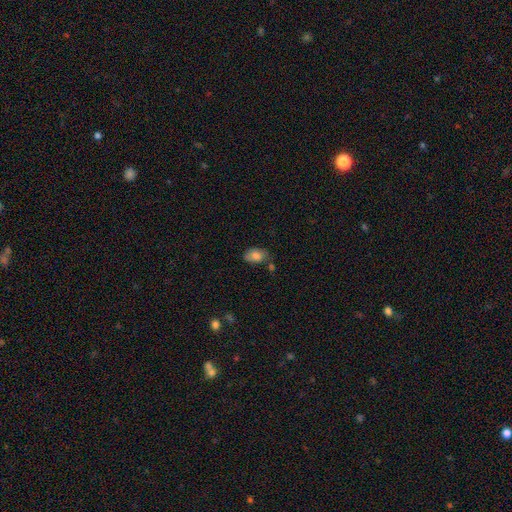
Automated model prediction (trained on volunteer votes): Morphology: type=smooth (80%); roundness=in between (87%); merging=none (66%).